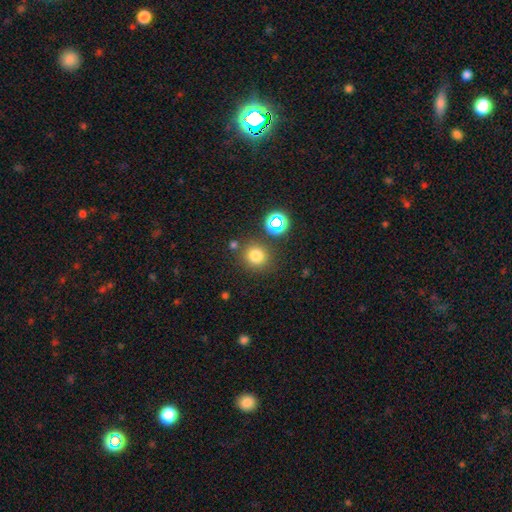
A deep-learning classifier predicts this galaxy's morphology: This appears to be a smooth galaxy with no disk features (76%) that is round (90%). Merging: none (81%).